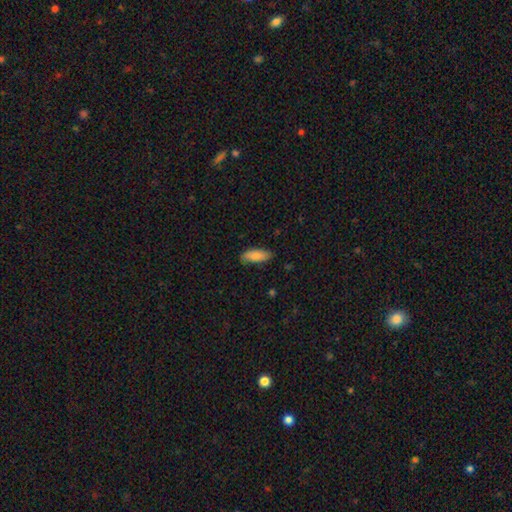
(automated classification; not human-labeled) smooth 85%, featured or disk 9%, star or artifact 6%. Down the decision tree: how rounded — in between (74%); merging — none (78%).